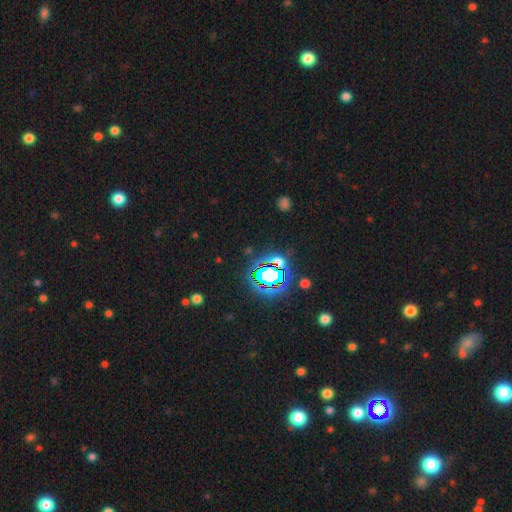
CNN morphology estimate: A star or artifact, not a galaxy (80%).

Vote fractions:
- Smooth or featured? star or artifact: 80% / smooth: 12% / featured or disk: 8%